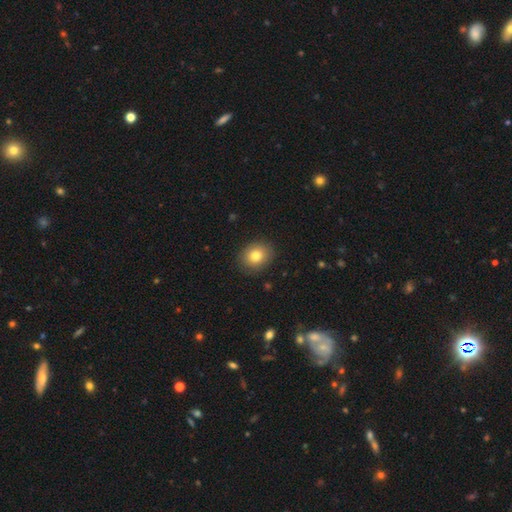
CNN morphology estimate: smooth-or-featured: smooth: 81% | star or artifact: 10% | featured or disk: 10%
  how-rounded: round: 61% | in between: 38% | cigar-shaped: 1%
  merging: none: 88% | minor disturbance: 8% | major disturbance: 2% | merger: 1%